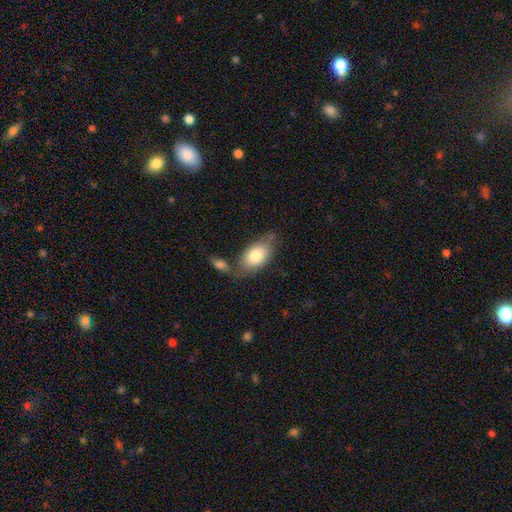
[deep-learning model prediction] A smooth galaxy with no disk features (78%) that is in between round and cigar-shaped (91%). Merging: none (59%).